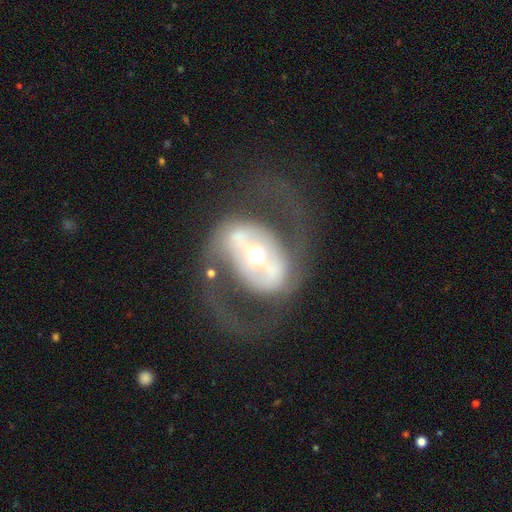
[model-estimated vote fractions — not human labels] Q: Smooth or featured?
A: featured or disk (82%); runner-up: smooth (12%)
Q: Edge-on disk?
A: no (95%); runner-up: yes (5%)
Q: Bar?
A: strong (44%); runner-up: no (30%)
Q: Spiral arms?
A: yes (69%); runner-up: no (31%)
Q: Spiral winding?
A: medium (47%); runner-up: loose (36%)
Q: Spiral arm count?
A: 2 (87%); runner-up: can't tell (7%)
Q: Bulge size?
A: moderate (66%); runner-up: large (16%)
Q: Merging?
A: none (63%); runner-up: major disturbance (21%)